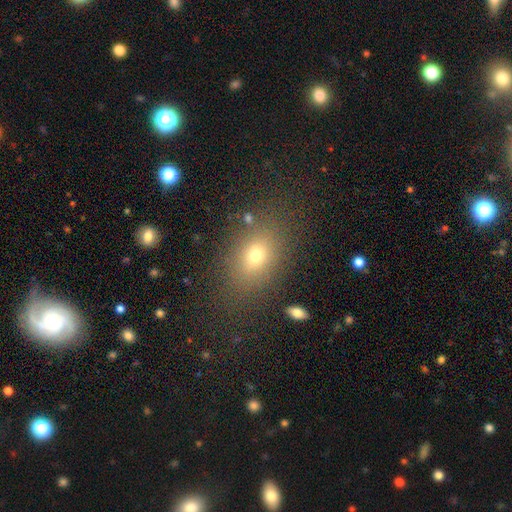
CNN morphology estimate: A smooth galaxy with no disk features (69%) that is in between round and cigar-shaped (73%). Merging: none (80%).